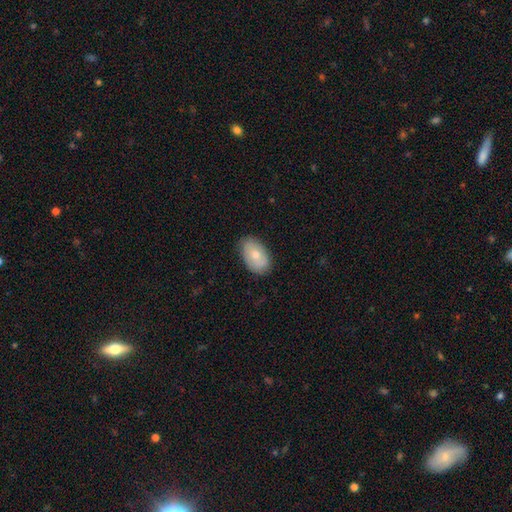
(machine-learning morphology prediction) smooth_or_featured: smooth (p=0.67) [alt: featured or disk p=0.27]
how_rounded: in between (p=0.91) [alt: round p=0.08]
merging: none (p=0.78) [alt: minor disturbance p=0.17]